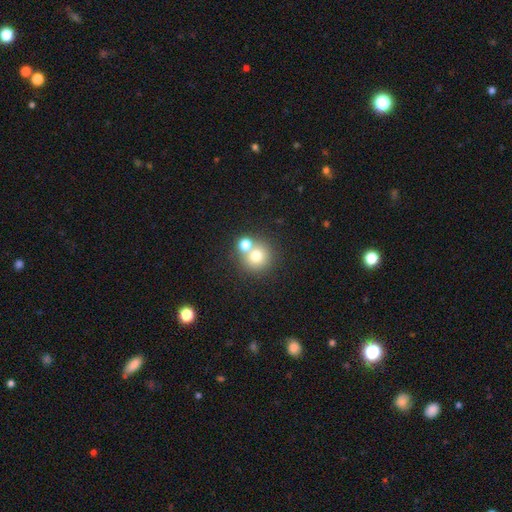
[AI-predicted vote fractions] The model was most divided on "merging": none: 53%, merger: 37%, minor disturbance: 7%, major disturbance: 3%. More confident: how rounded — round (90%); smooth or featured — smooth (74%).